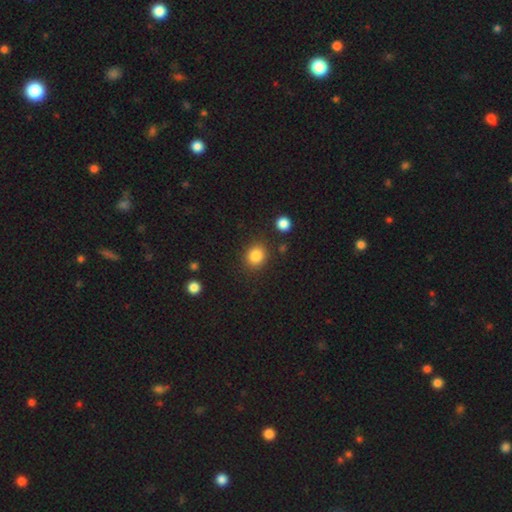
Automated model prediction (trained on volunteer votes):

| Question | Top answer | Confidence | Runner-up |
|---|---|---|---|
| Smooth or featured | smooth | 85% | star or artifact (10%) |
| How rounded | round | 77% | in between (23%) |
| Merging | none | 86% | minor disturbance (8%) |